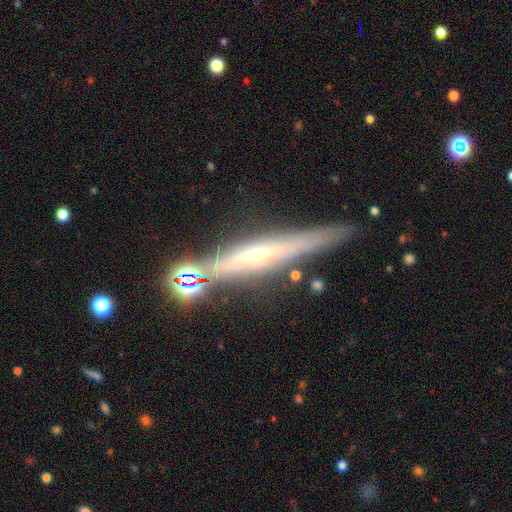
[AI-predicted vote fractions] smooth_or_featured: featured or disk (p=0.71) [alt: smooth p=0.19]
disk_edge_on: yes (p=0.93) [alt: no p=0.07]
edge_on_bulge: rounded (p=0.66) [alt: none p=0.26]
merging: none (p=0.77) [alt: minor disturbance p=0.13]